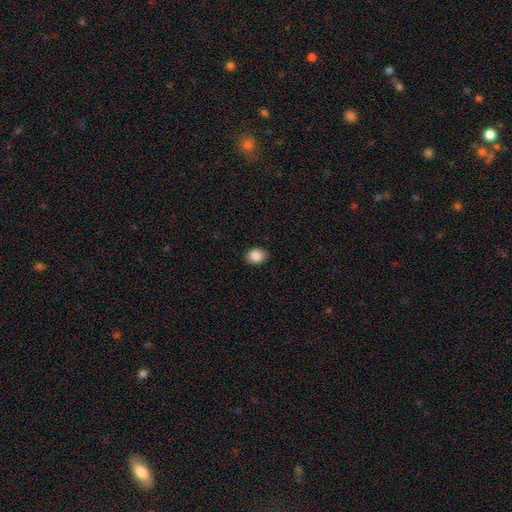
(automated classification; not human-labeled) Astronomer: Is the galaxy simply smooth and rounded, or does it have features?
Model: smooth — 87%.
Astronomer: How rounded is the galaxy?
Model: in between — 56% (runner-up: round, 43%).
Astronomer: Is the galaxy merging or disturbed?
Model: none — 88%.